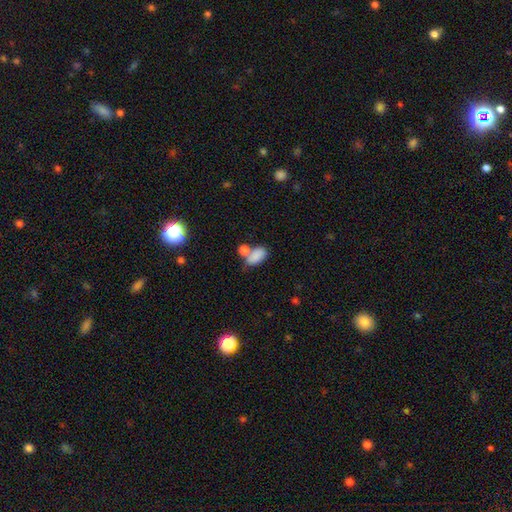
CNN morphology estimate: Smooth or featured? smooth (83%)
How rounded? in between (91%)
Merging? merger (41%)